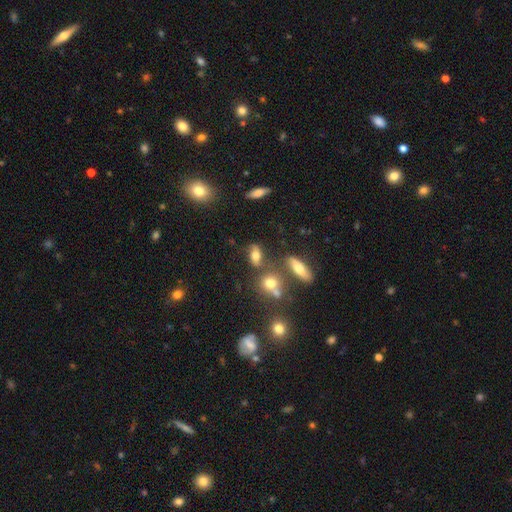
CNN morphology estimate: Smooth or featured: smooth — 63% (featured or disk — 23%)
How rounded: in between — 75% (round — 14%)
Merging: none — 59% (minor disturbance — 19%)